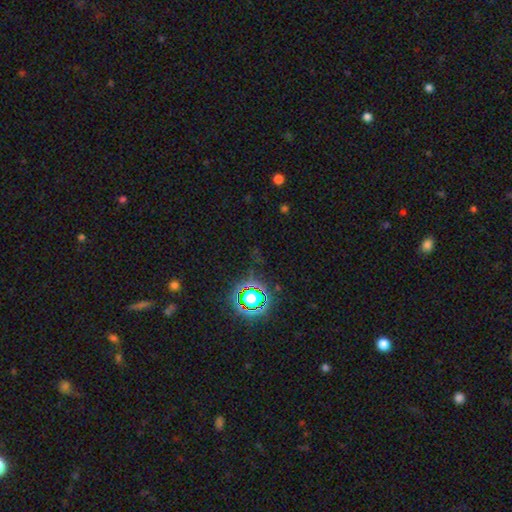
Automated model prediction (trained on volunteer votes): The model was most divided on "smooth or featured": star or artifact: 76%, smooth: 16%, featured or disk: 8%.